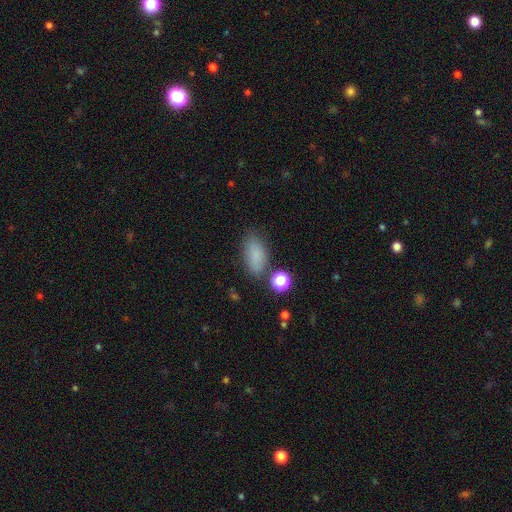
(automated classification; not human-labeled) Morphology: type=smooth (81%); roundness=in between (88%); merging=none (73%).